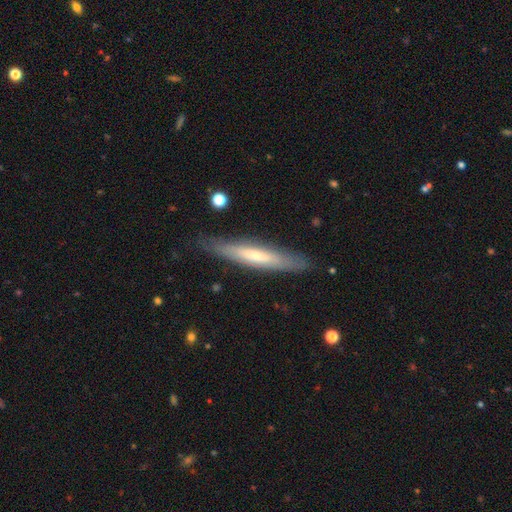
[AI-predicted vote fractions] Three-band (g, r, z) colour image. It shows a smooth galaxy with no disk features (50%) that is cigar-shaped (90%). Merging: none (84%).